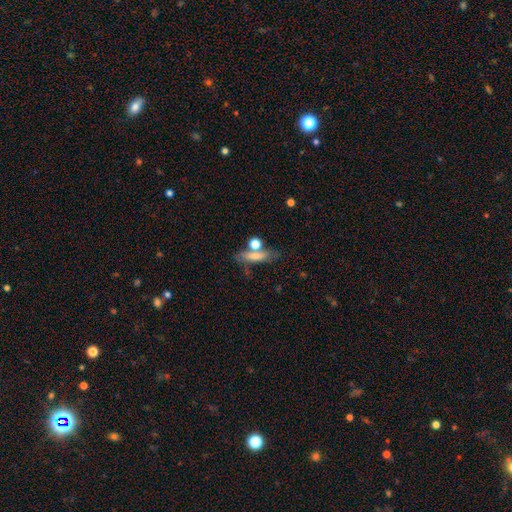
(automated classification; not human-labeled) Smooth or featured? smooth (64%)
How rounded? cigar-shaped (55%)
Merging? none (51%)